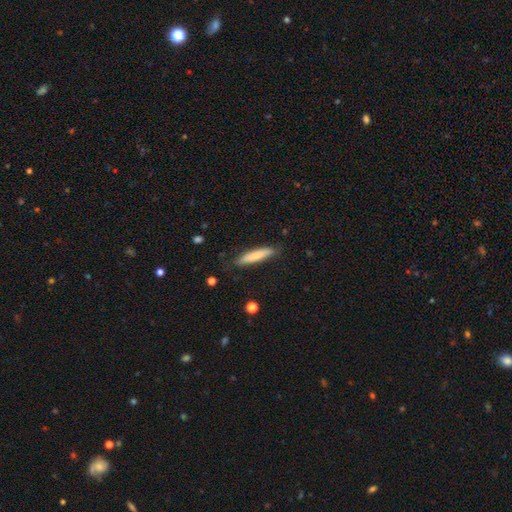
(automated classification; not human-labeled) A smooth galaxy with no disk features (75%) that is cigar-shaped (86%). Merging: none (84%).